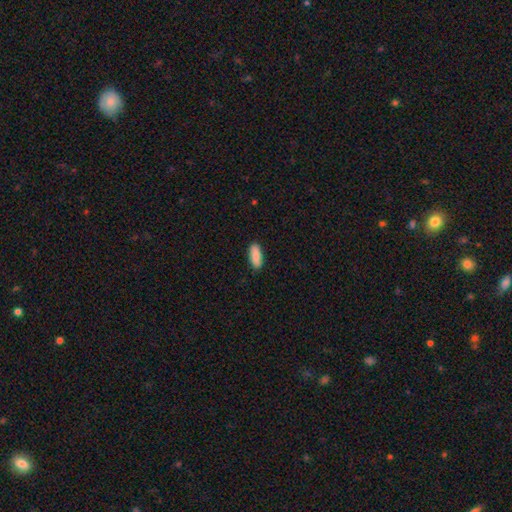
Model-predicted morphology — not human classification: smooth_or_featured: smooth (p=0.87) [alt: featured or disk p=0.07]
how_rounded: in between (p=0.76) [alt: cigar-shaped p=0.22]
merging: none (p=0.89) [alt: minor disturbance p=0.08]